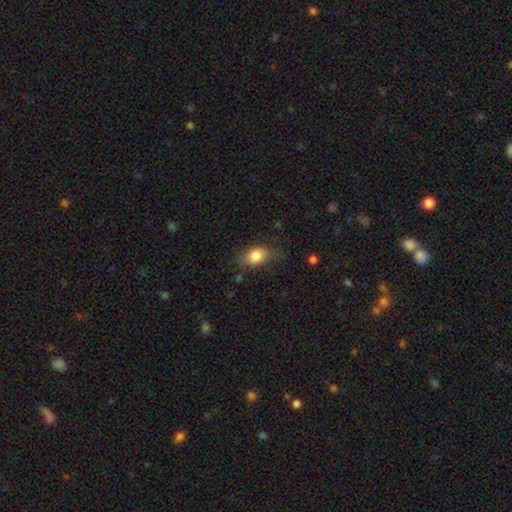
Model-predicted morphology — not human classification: This is clearly a smooth galaxy (82%). How rounded: likely in between (75%). Merging: likely none (64%).